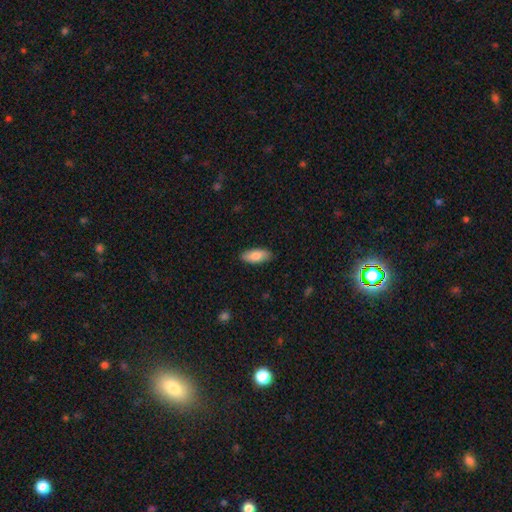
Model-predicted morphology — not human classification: smooth 82%, featured or disk 12%, star or artifact 6%. Down the decision tree: how rounded — in between (84%); merging — none (88%).